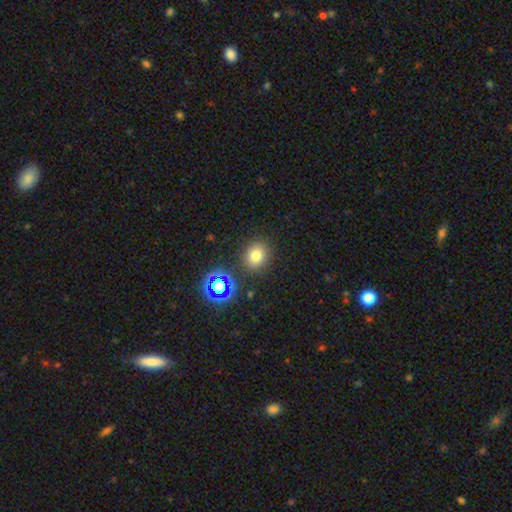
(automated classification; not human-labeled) smooth 74%, star or artifact 19%, featured or disk 8%. Down the decision tree: how rounded — round (68%); merging — none (85%).